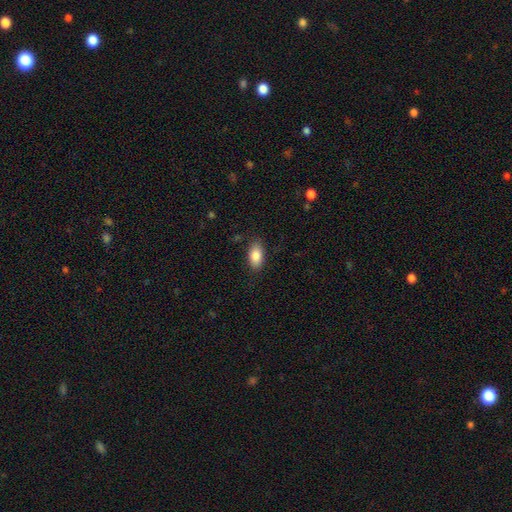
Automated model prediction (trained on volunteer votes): Smooth or featured: smooth — 86% (star or artifact — 7%)
How rounded: in between — 91% (cigar-shaped — 5%)
Merging: none — 85% (minor disturbance — 11%)